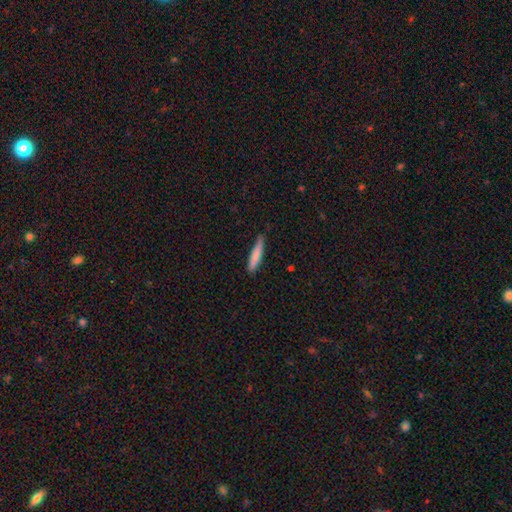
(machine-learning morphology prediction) smooth-or-featured: smooth: 80% | featured or disk: 15% | star or artifact: 6%
  how-rounded: cigar-shaped: 89% | in between: 9% | round: 1%
  merging: none: 75% | minor disturbance: 21% | major disturbance: 3% | merger: 2%